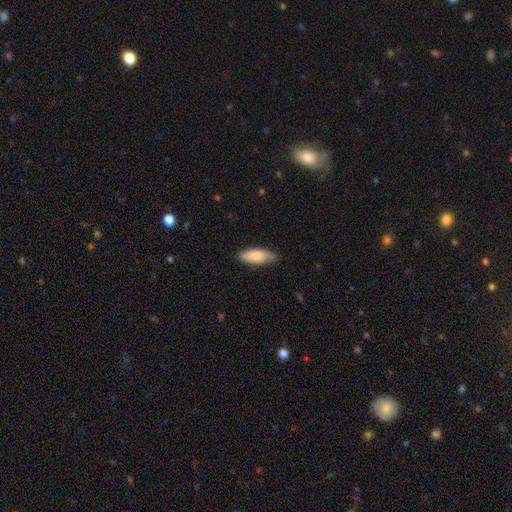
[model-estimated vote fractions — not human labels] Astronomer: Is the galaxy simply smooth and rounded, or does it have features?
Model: smooth — 83%.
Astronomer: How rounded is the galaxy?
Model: in between — 69%.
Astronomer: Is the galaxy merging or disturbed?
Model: none — 77%.